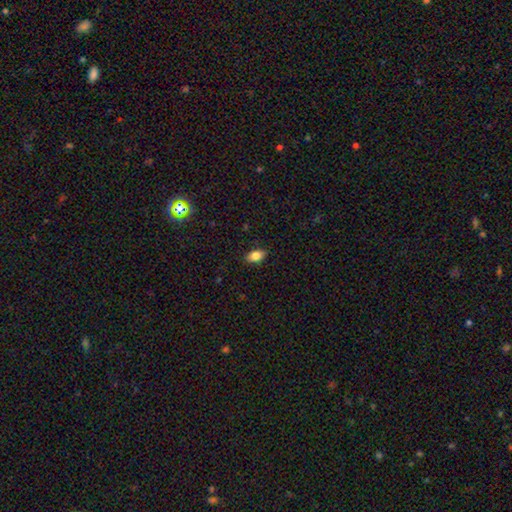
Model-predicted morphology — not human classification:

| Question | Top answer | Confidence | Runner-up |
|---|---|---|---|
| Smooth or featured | smooth | 82% | featured or disk (10%) |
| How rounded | in between | 88% | round (8%) |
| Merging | none | 87% | minor disturbance (10%) |